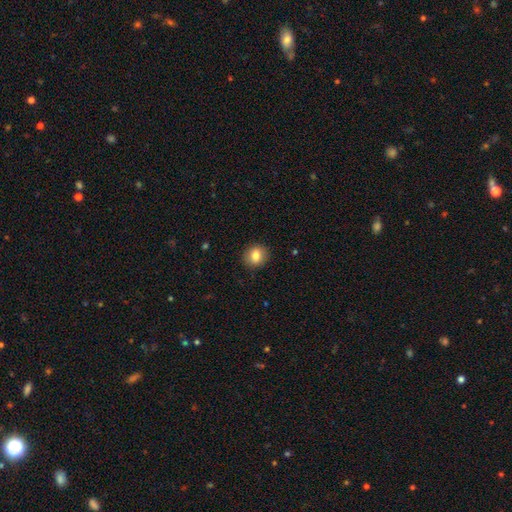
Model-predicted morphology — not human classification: Smooth or featured? smooth (83%)
How rounded? round (76%)
Merging? none (90%)